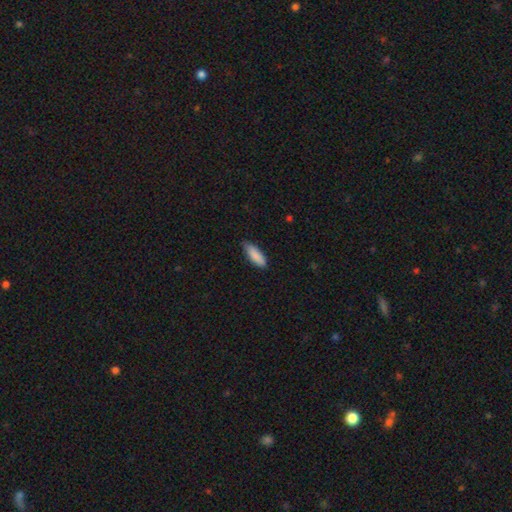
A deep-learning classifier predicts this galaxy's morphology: type=smooth (88%); roundness=in between (59%); merging=none (79%).